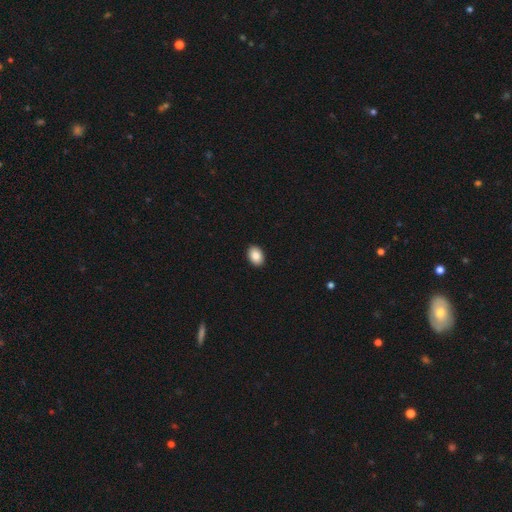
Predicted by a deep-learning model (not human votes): Smooth or featured?
  - smooth: 88% *
  - star or artifact: 8%
  - featured or disk: 4%
How rounded?
  - in between: 81% *
  - round: 18%
  - cigar-shaped: 1%
Merging?
  - none: 92% *
  - minor disturbance: 6%
  - major disturbance: 1%
  - merger: 1%